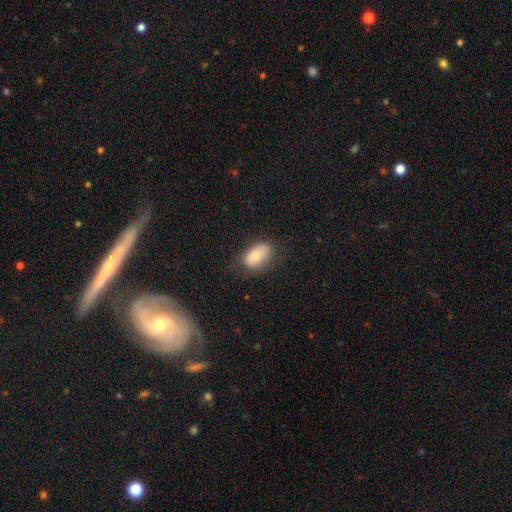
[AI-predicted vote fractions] The model was most divided on "merging": none: 66%, minor disturbance: 24%, major disturbance: 9%, merger: 1%. More confident: how rounded — in between (92%); smooth or featured — smooth (82%).